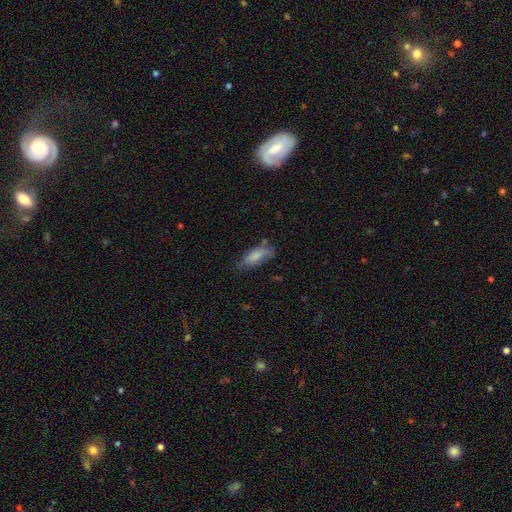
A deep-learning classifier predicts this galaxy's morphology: Q: Smooth or featured?
A: smooth (80%); runner-up: featured or disk (13%)
Q: How rounded?
A: in between (76%); runner-up: cigar-shaped (22%)
Q: Merging?
A: none (55%); runner-up: minor disturbance (31%)